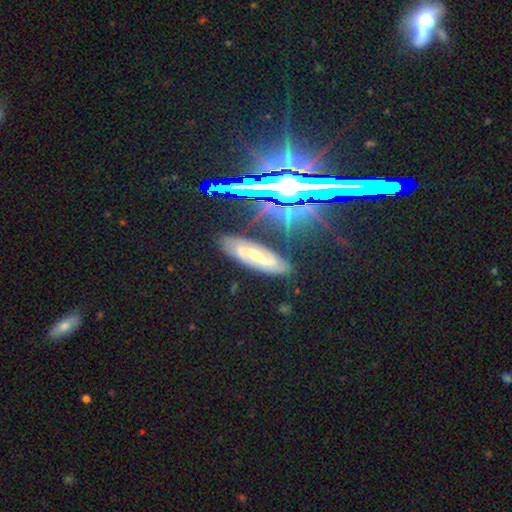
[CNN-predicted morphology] type=featured or disk (70%); edge-on=no (83%); bar=strong (48%); spiral arms=yes (85%); bulge=moderate (50%); merging=none (75%).